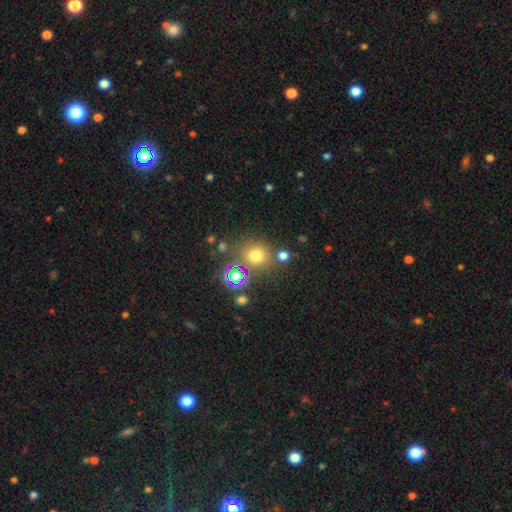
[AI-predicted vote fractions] Overall: smooth (68%). How rounded: round (84%). Merging: none (74%).